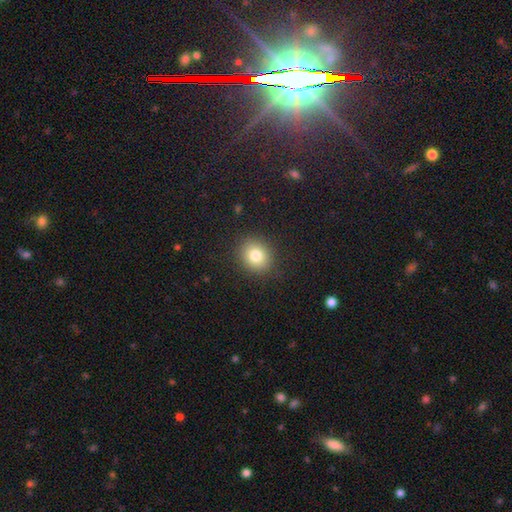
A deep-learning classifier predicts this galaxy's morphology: This appears to be a smooth galaxy with no disk features (80%) that is round (78%). Merging: none (89%).